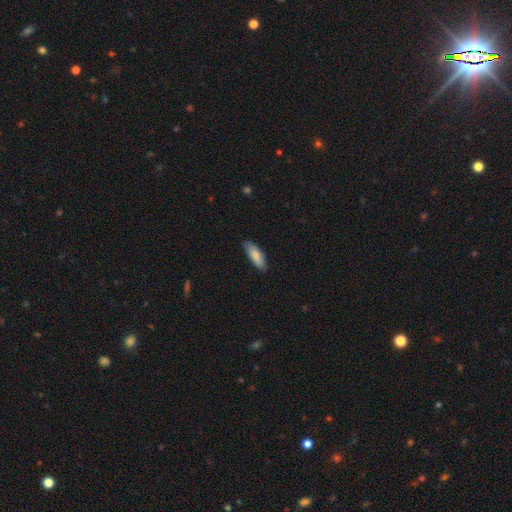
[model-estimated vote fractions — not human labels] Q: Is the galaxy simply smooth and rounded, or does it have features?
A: smooth — 84%.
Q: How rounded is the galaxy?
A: in between — 66%.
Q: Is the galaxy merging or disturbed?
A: none — 78%.